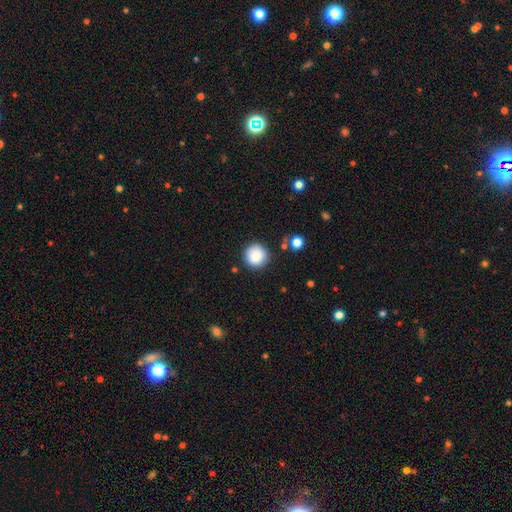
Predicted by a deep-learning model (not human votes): Smooth or featured: smooth — 87% (star or artifact — 9%)
How rounded: round — 95% (in between — 4%)
Merging: none — 88% (minor disturbance — 8%)